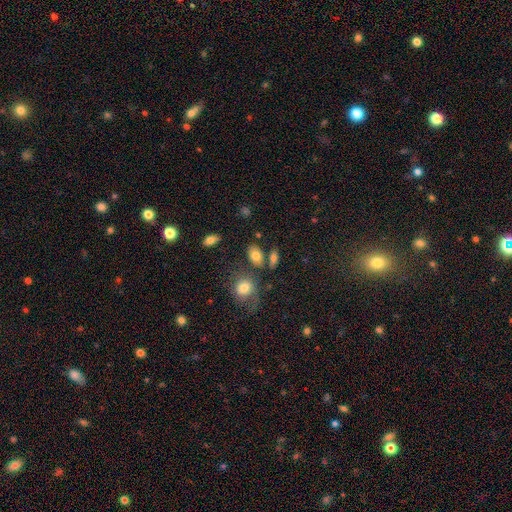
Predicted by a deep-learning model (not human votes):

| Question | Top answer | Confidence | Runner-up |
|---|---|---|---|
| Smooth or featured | smooth | 78% | featured or disk (12%) |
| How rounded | in between | 86% | round (12%) |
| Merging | none | 69% | merger (13%) |